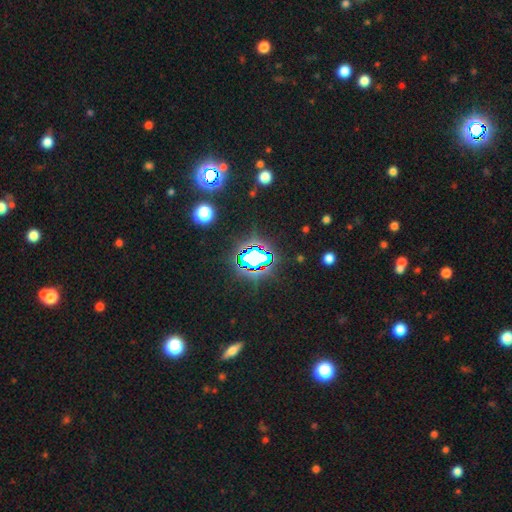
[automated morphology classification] smooth-or-featured: star or artifact: 73% | smooth: 16% | featured or disk: 12%